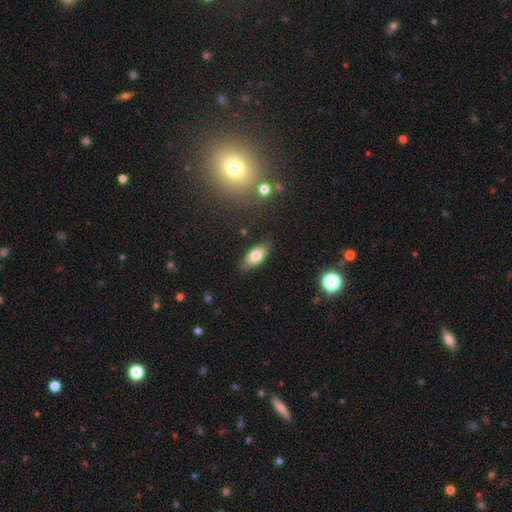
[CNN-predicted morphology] smooth_or_featured: smooth (p=0.76) [alt: featured or disk p=0.16]
how_rounded: in between (p=0.86) [alt: cigar-shaped p=0.10]
merging: none (p=0.82) [alt: minor disturbance p=0.13]